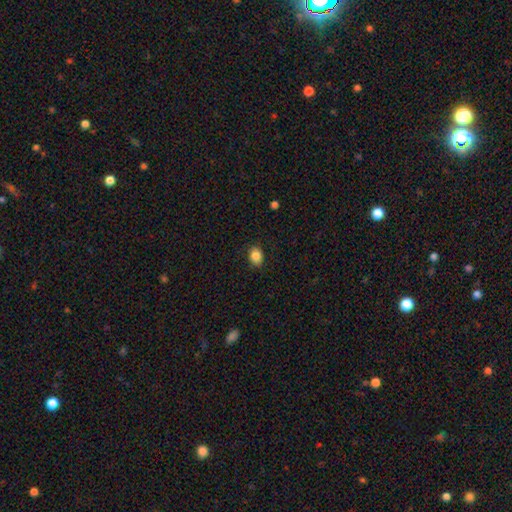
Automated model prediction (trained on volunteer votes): A smooth galaxy with no disk features (85%) that is in between round and cigar-shaped (68%). Merging: none (86%).